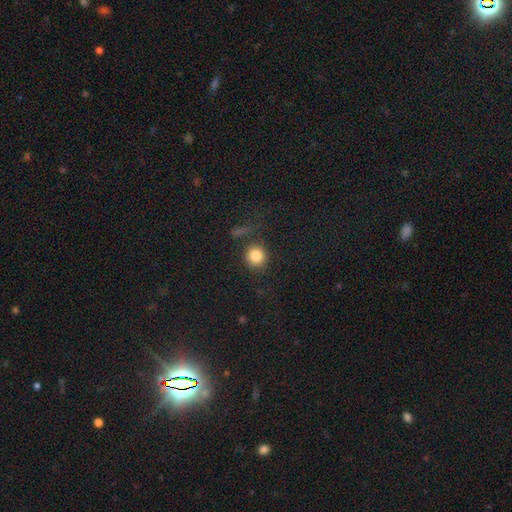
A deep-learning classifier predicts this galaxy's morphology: smooth-or-featured: smooth: 83% | star or artifact: 10% | featured or disk: 6%
  how-rounded: round: 91% | in between: 8% | cigar-shaped: 1%
  merging: none: 80% | minor disturbance: 9% | major disturbance: 6% | merger: 5%